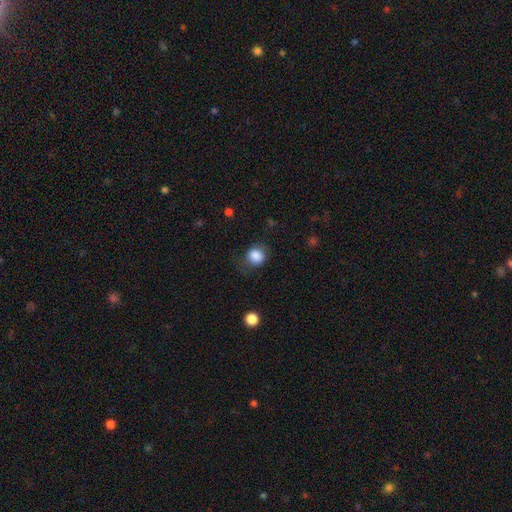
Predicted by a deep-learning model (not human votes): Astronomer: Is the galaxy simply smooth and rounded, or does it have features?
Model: smooth — 85%.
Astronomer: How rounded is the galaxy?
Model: round — 77%.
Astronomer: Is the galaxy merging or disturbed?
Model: none — 68%.